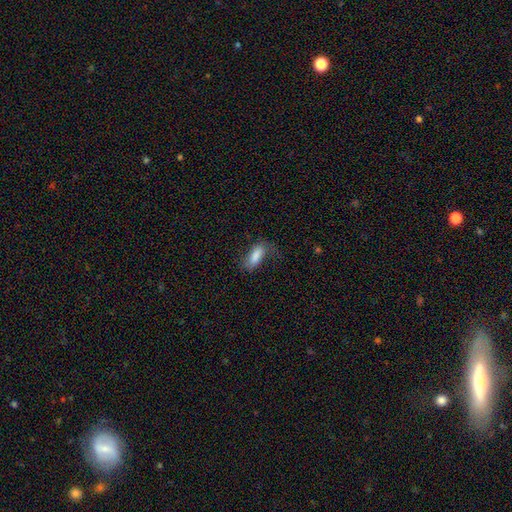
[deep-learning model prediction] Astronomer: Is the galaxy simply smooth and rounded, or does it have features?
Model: smooth — 76%.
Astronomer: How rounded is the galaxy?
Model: in between — 76%.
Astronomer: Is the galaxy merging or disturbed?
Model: none — 52%.